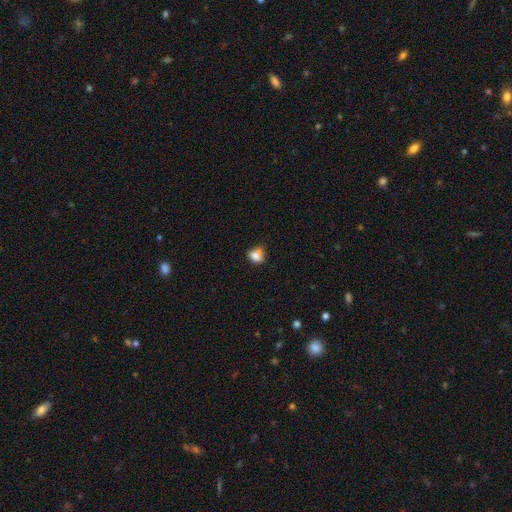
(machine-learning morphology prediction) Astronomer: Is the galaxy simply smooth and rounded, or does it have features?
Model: smooth — 81%.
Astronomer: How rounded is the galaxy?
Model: round — 64%.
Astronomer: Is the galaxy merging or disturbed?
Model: none — 49% (runner-up: minor disturbance, 37%).